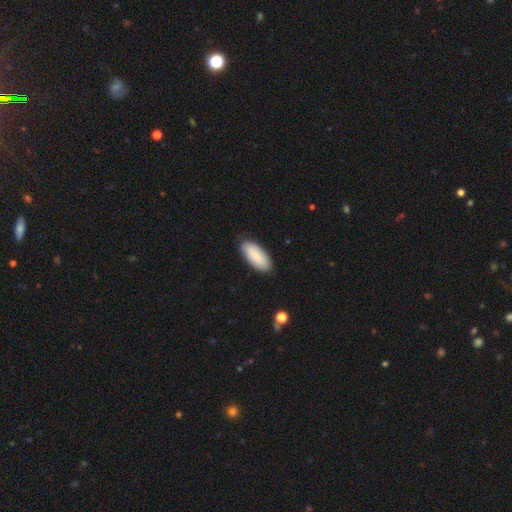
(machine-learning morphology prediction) The model was most divided on "smooth or featured": smooth: 82%, featured or disk: 12%, star or artifact: 6%. More confident: how rounded — in between (88%); merging — none (84%).